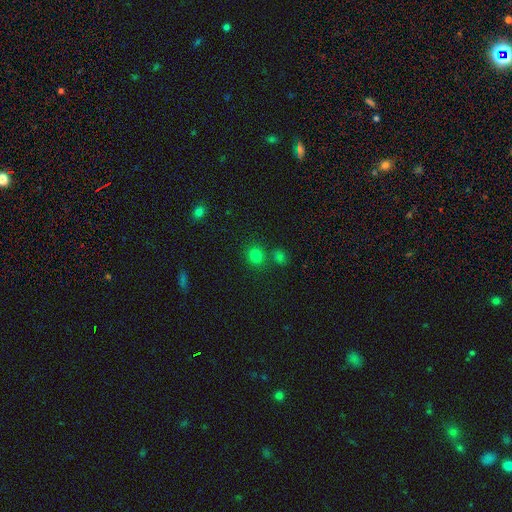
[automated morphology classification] Smooth or featured? Predicted: smooth (p=0.76). How rounded? Predicted: round (p=0.83). Merging? Predicted: none (p=0.73).